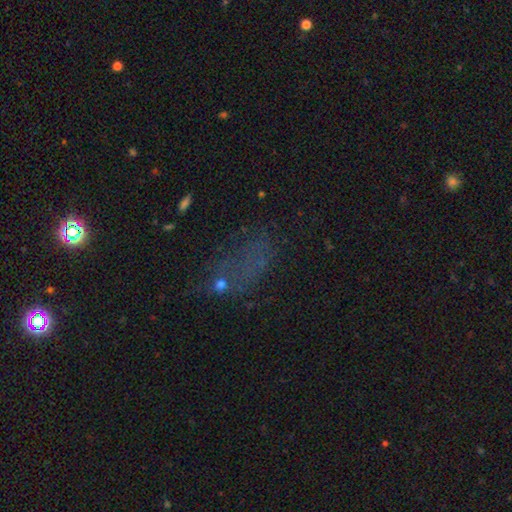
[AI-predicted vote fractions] Smooth or featured?
  - star or artifact: 43% *
  - smooth: 38%
  - featured or disk: 19%